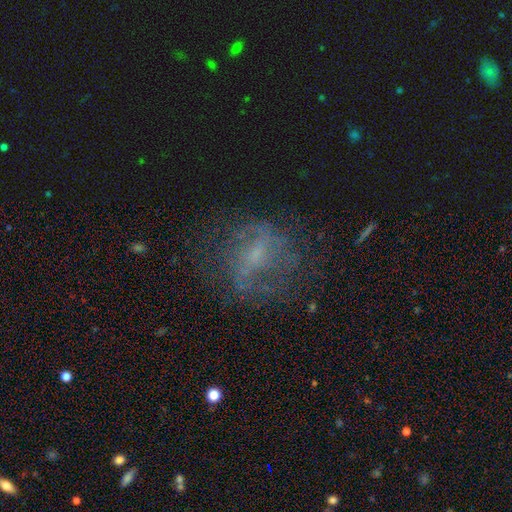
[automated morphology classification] A featured or disk galaxy (59%) with no bar (45%), spiral arms (58%) and a small central bulge (52%). Merging: none (59%).